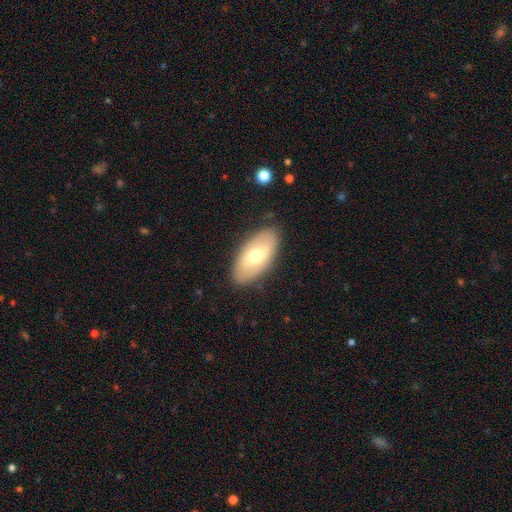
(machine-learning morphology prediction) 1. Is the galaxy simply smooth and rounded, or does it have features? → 55% smooth, 39% featured or disk, 6% star or artifact.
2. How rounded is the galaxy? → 93% in between, 4% cigar-shaped, 3% round.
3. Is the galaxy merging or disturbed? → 86% none, 10% minor disturbance, 3% major disturbance, 1% merger.